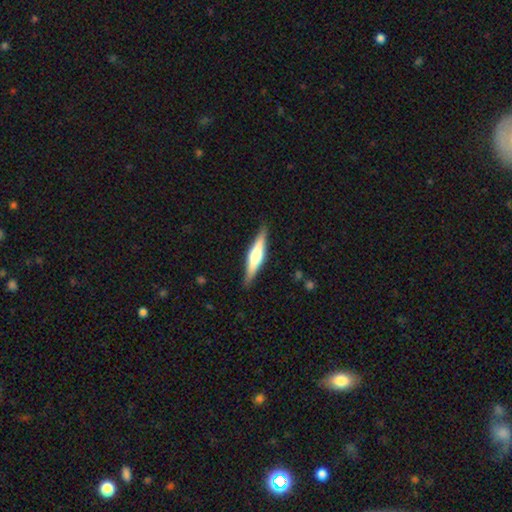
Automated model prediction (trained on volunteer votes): Smooth or featured? featured or disk (61%)
Edge-on disk? yes (96%)
Edge-on bulge? rounded (84%)
Merging? none (88%)